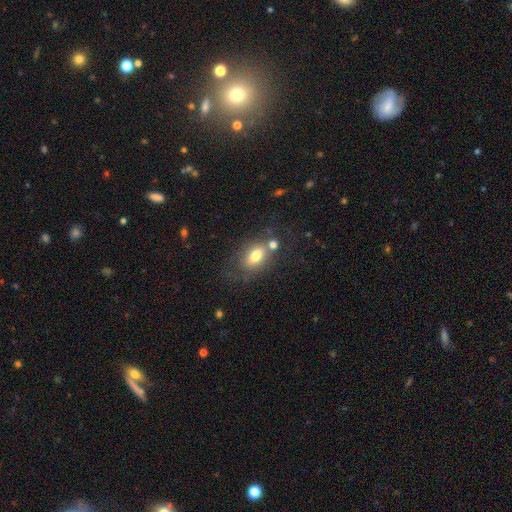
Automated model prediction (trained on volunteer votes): Q: Smooth or featured?
A: smooth (72%); runner-up: featured or disk (19%)
Q: How rounded?
A: in between (84%); runner-up: round (13%)
Q: Merging?
A: none (52%); runner-up: merger (21%)